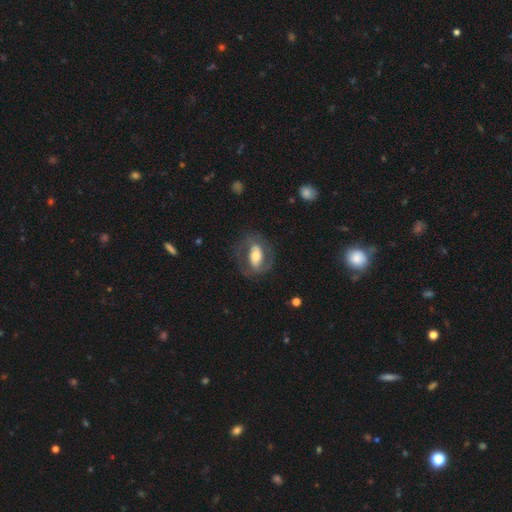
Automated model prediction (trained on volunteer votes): This is likely a featured or disk galaxy (63%). It is clearly not viewed edge-on (93%). Bar: marginally strong (41%). Spiral arm pattern: likely yes (62%). Central bulge: possibly moderate (59%). Merging: likely none (68%).